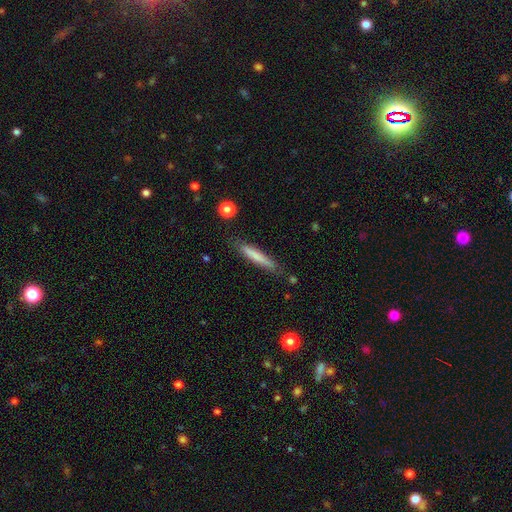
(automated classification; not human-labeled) smooth_or_featured: smooth (p=0.70) [alt: featured or disk p=0.23]
how_rounded: cigar-shaped (p=0.94) [alt: in between p=0.05]
merging: none (p=0.83) [alt: minor disturbance p=0.13]